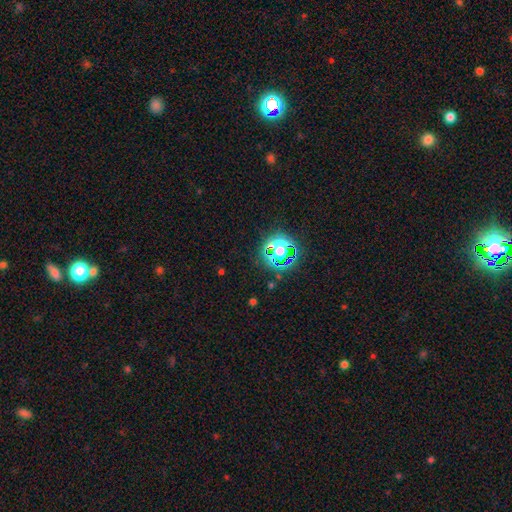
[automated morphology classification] A star or artifact, not a galaxy (77%).